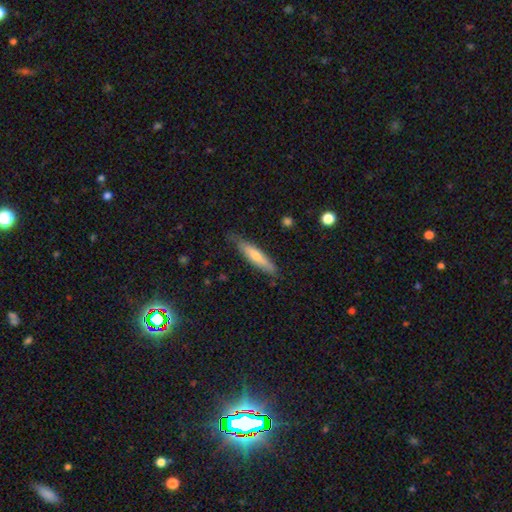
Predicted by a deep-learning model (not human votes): This appears to be a smooth galaxy with no disk features (49%). Merging: none (81%).